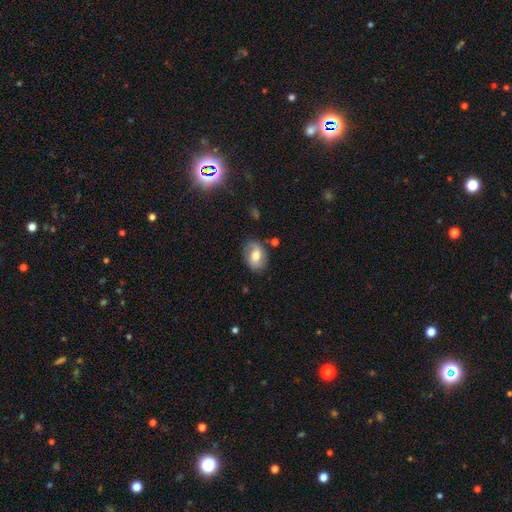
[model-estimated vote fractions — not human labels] Q: Smooth or featured?
A: smooth (61%); runner-up: featured or disk (31%)
Q: How rounded?
A: in between (74%); runner-up: round (24%)
Q: Merging?
A: none (75%); runner-up: minor disturbance (17%)